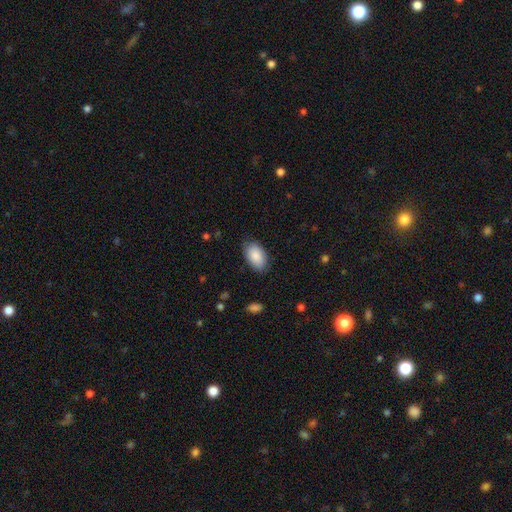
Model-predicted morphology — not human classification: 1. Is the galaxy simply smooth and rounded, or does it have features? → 88% smooth, 7% featured or disk, 6% star or artifact.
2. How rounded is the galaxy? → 94% in between, 4% round, 1% cigar-shaped.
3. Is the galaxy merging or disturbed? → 82% none, 14% minor disturbance, 3% major disturbance, 1% merger.